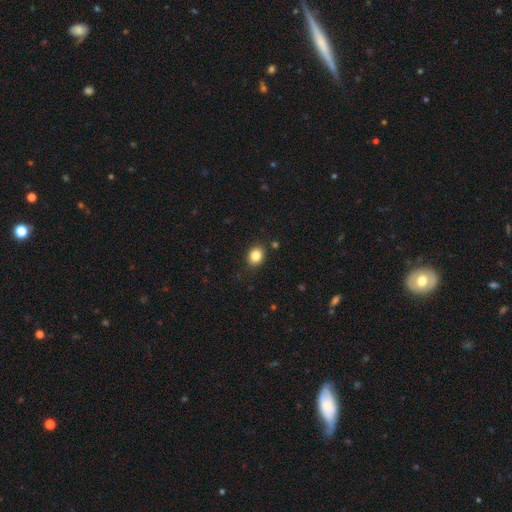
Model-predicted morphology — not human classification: smooth_or_featured: smooth (p=0.84) [alt: star or artifact p=0.10]
how_rounded: in between (p=0.53) [alt: round p=0.46]
merging: none (p=0.87) [alt: minor disturbance p=0.10]